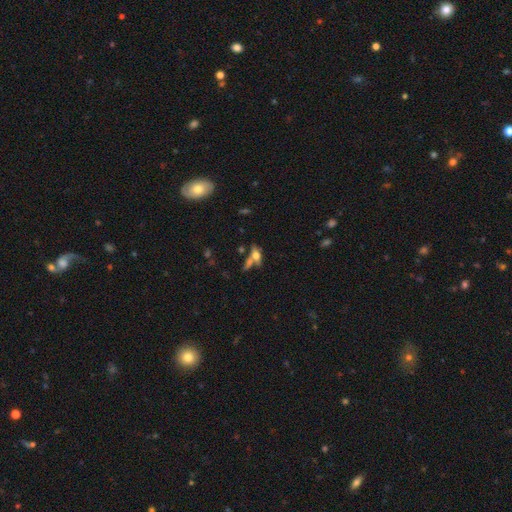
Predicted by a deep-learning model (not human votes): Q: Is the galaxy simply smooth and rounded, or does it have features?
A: smooth — 47%.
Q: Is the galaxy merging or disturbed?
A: none — 48%.